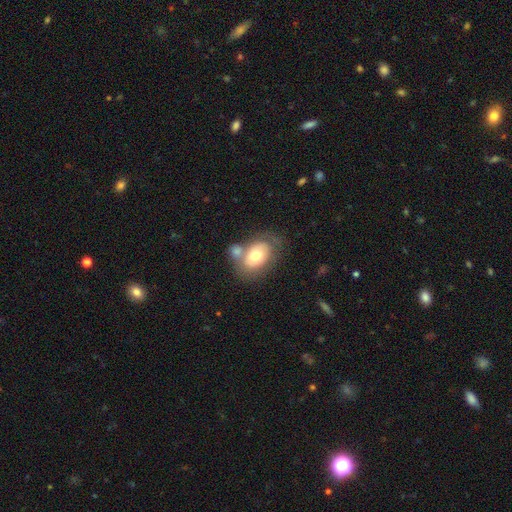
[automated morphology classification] smooth_or_featured: smooth (p=0.61) [alt: featured or disk p=0.32]
how_rounded: in between (p=0.81) [alt: round p=0.18]
merging: none (p=0.40) [alt: merger p=0.33]